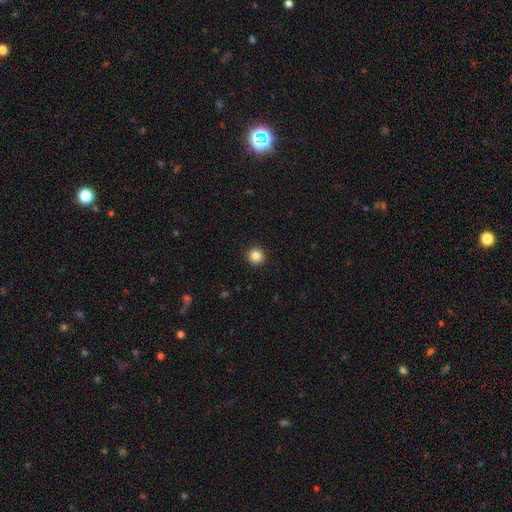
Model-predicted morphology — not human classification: The model was most divided on "smooth or featured": smooth: 85%, star or artifact: 11%, featured or disk: 5%. More confident: how rounded — round (95%); merging — none (93%).